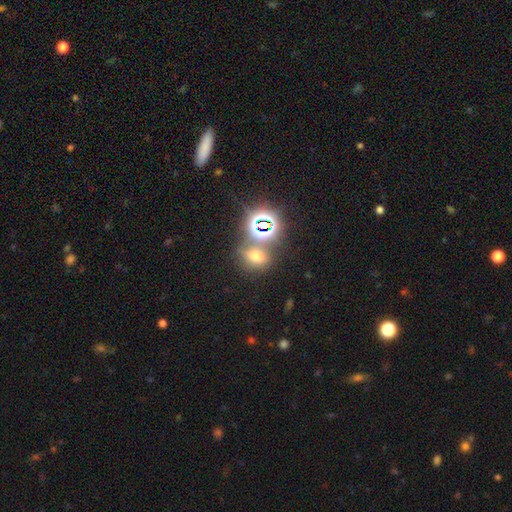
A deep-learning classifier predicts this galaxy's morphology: type=smooth (49%); merging=none (64%).